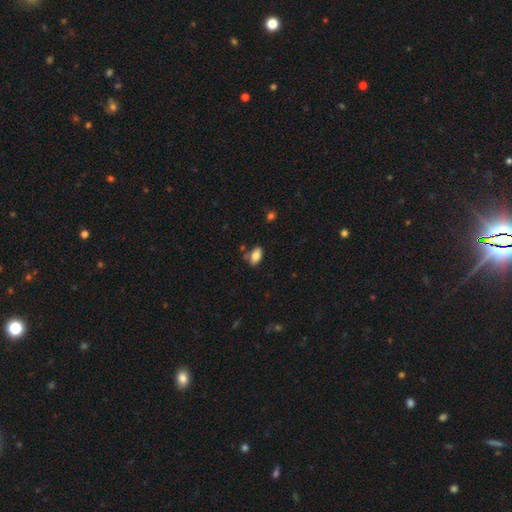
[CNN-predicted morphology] Q: Smooth or featured?
A: smooth (80%); runner-up: featured or disk (12%)
Q: How rounded?
A: in between (92%); runner-up: round (4%)
Q: Merging?
A: none (73%); runner-up: minor disturbance (15%)